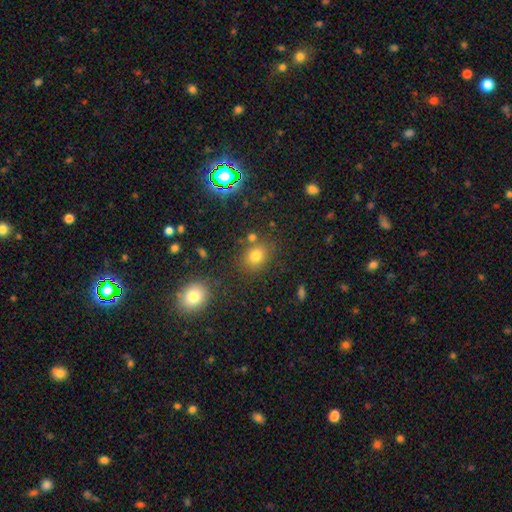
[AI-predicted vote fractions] A smooth galaxy with no disk features (73%) that is round (59%).

Vote fractions:
- Smooth or featured? smooth: 73% / star or artifact: 19% / featured or disk: 8%
- How rounded? round: 59% / in between: 40% / cigar-shaped: 1%
- Merging? none: 78% / minor disturbance: 11% / merger: 7% / major disturbance: 4%